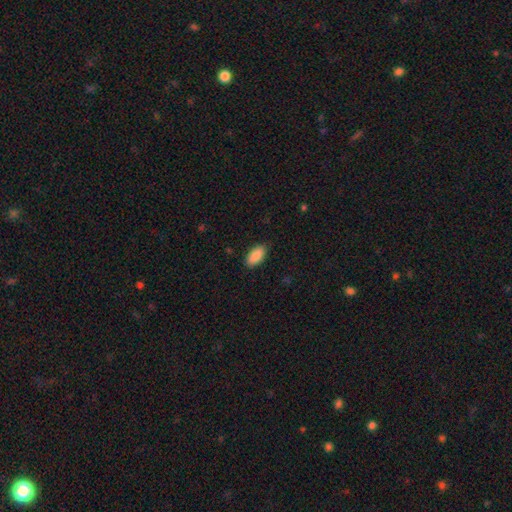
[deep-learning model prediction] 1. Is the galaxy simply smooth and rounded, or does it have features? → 89% smooth, 6% star or artifact, 4% featured or disk.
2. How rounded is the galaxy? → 92% in between, 5% cigar-shaped, 2% round.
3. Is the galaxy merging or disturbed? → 86% none, 11% minor disturbance, 2% major disturbance, 1% merger.